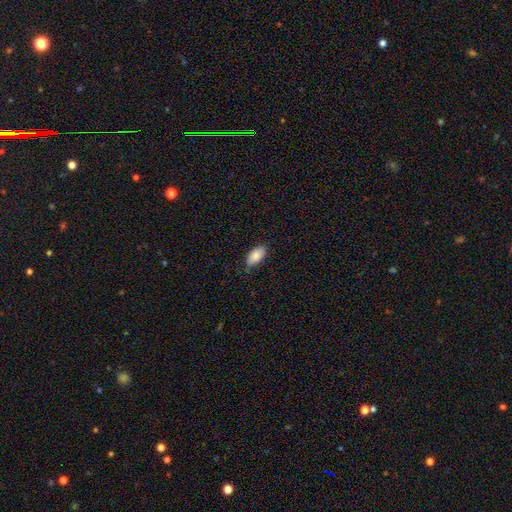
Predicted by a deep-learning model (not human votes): A smooth galaxy with no disk features (84%) that is in between round and cigar-shaped (94%). Merging: none (82%).